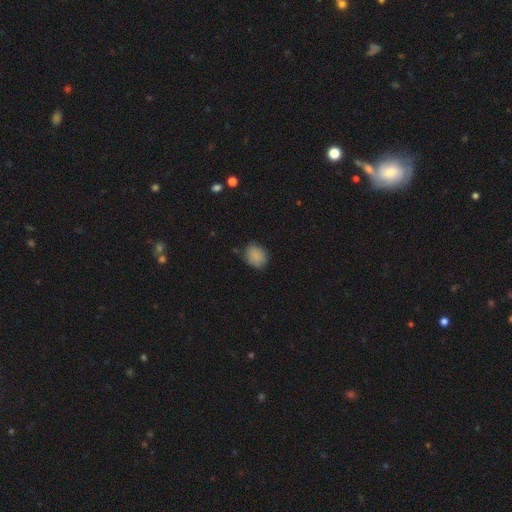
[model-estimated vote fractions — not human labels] Smooth or featured? smooth (85%)
How rounded? in between (50%)
Merging? none (74%)